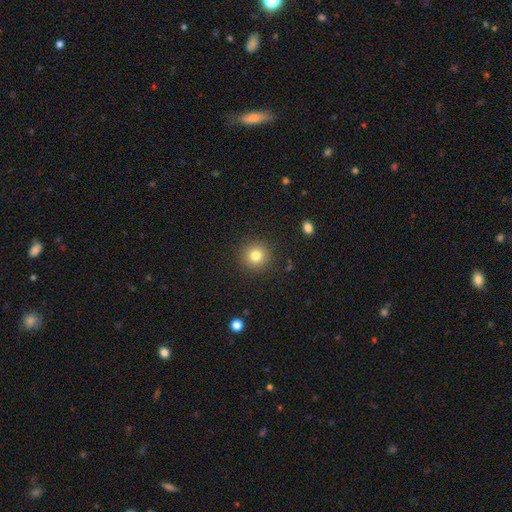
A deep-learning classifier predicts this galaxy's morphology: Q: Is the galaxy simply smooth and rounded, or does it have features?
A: smooth — 80%.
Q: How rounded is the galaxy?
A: round — 94%.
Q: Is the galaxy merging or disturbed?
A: none — 90%.